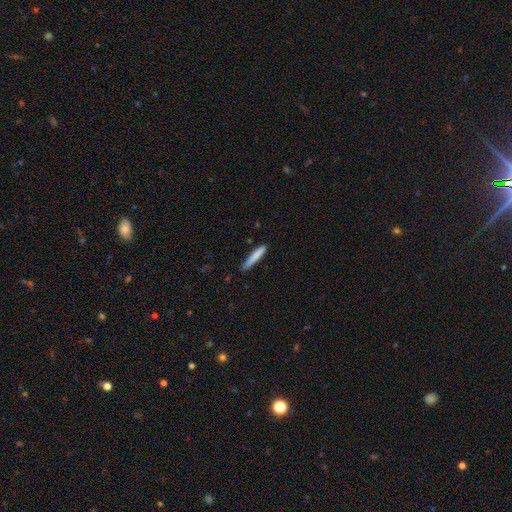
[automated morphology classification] smooth 82%, featured or disk 12%, star or artifact 6%. Down the decision tree: how rounded — cigar-shaped (94%); merging — none (85%).